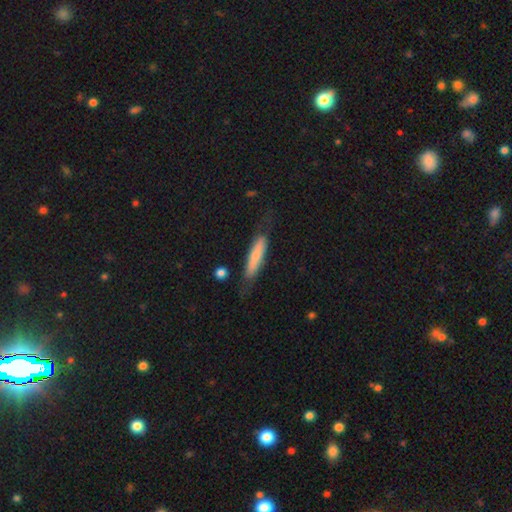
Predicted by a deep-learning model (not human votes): Smooth or featured?
  - smooth: 65% *
  - featured or disk: 29%
  - star or artifact: 6%
How rounded?
  - cigar-shaped: 81% *
  - in between: 18%
  - round: 2%
Merging?
  - none: 67% *
  - minor disturbance: 22%
  - major disturbance: 9%
  - merger: 2%